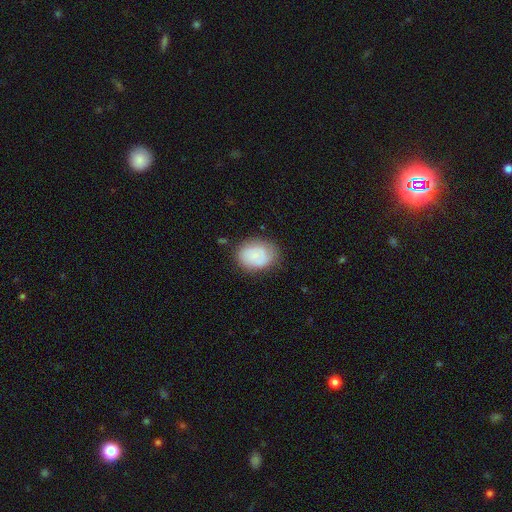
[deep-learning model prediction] A smooth galaxy with no disk features (59%) that is in between round and cigar-shaped (52%).

Vote fractions:
- Smooth or featured? smooth: 59% / featured or disk: 33% / star or artifact: 8%
- How rounded? in between: 52% / round: 47% / cigar-shaped: 1%
- Merging? none: 70% / minor disturbance: 21% / major disturbance: 7% / merger: 2%